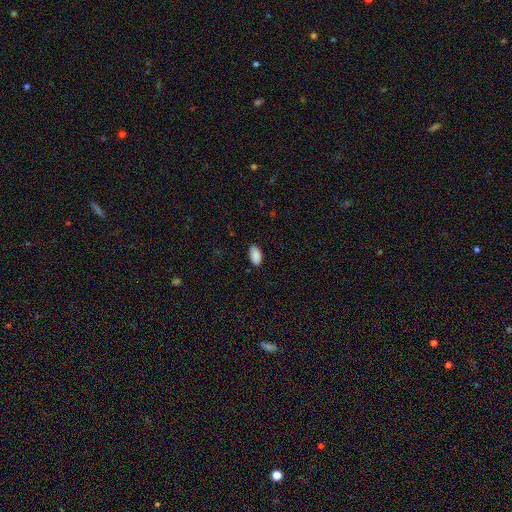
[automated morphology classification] smooth-or-featured: smooth: 89% | star or artifact: 7% | featured or disk: 4%
  how-rounded: in between: 95% | round: 3% | cigar-shaped: 2%
  merging: none: 84% | minor disturbance: 13% | major disturbance: 2% | merger: 1%